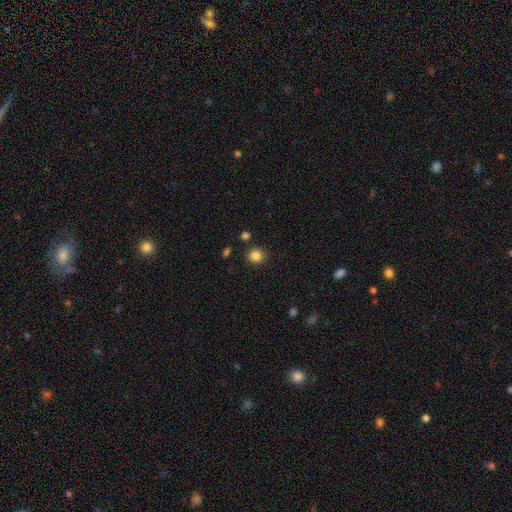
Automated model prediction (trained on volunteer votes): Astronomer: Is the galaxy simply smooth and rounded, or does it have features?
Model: smooth — 84%.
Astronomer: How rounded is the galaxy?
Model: round — 88%.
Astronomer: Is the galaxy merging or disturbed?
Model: none — 88%.